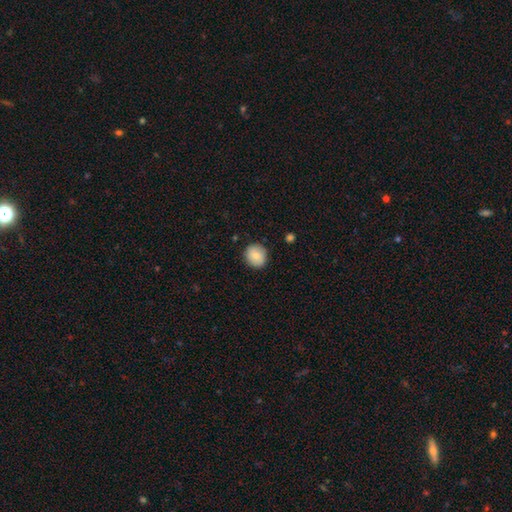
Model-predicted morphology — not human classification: Q: Smooth or featured?
A: smooth (86%); runner-up: star or artifact (7%)
Q: How rounded?
A: round (82%); runner-up: in between (17%)
Q: Merging?
A: none (88%); runner-up: minor disturbance (9%)